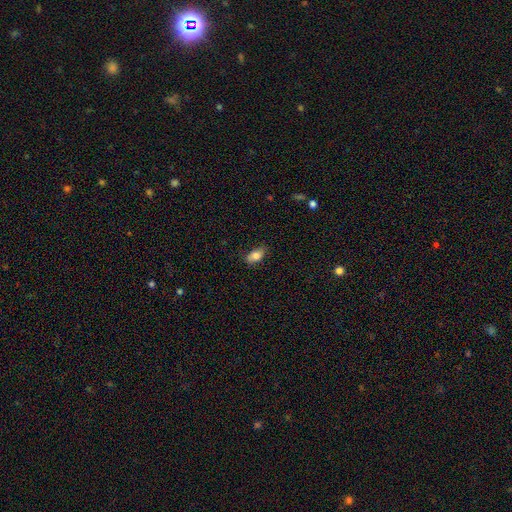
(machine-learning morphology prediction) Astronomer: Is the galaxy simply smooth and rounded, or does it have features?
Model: smooth — 77%.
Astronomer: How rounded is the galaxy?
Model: in between — 89%.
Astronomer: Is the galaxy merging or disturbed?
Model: none — 76%.